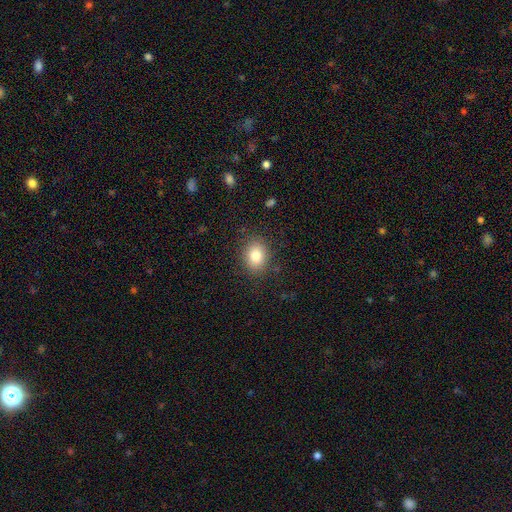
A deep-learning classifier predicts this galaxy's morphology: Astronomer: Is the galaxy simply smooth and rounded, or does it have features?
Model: smooth — 81%.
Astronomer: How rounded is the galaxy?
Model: in between — 51% (runner-up: round, 48%).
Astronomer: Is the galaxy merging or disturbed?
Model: none — 85%.